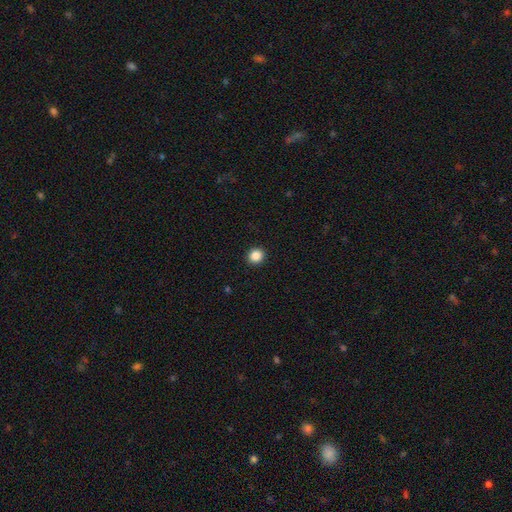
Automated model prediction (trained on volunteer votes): Morphology: type=smooth (86%); roundness=round (89%); merging=none (93%).